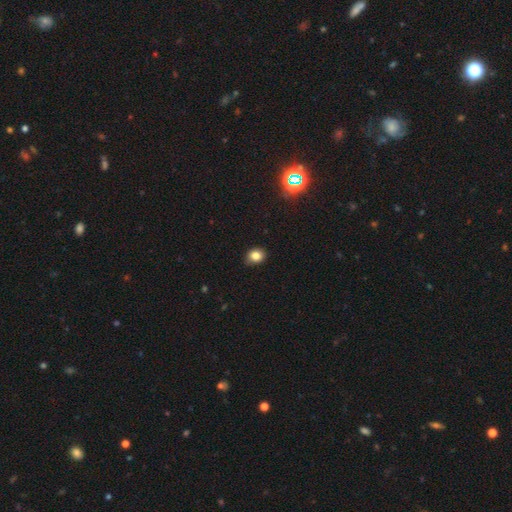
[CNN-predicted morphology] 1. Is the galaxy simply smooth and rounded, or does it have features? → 82% smooth, 12% star or artifact, 6% featured or disk.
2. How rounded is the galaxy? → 57% round, 42% in between, 1% cigar-shaped.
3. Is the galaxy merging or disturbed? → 82% none, 15% minor disturbance, 2% major disturbance, 1% merger.